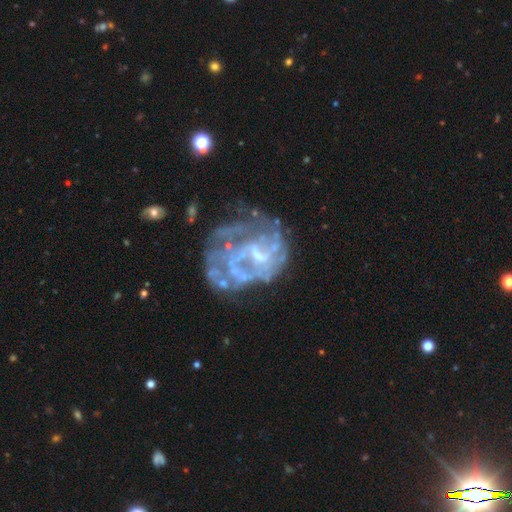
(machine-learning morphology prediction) smooth_or_featured: featured or disk (p=0.80) [alt: star or artifact p=0.10]
disk_edge_on: no (p=0.98) [alt: yes p=0.02]
bar: no (p=0.49) [alt: weak p=0.40]
has_spiral_arms: yes (p=0.59) [alt: no p=0.41]
bulge_size: small (p=0.38) [tied with: none p=0.38]
merging: none (p=0.40) [alt: major disturbance p=0.33]